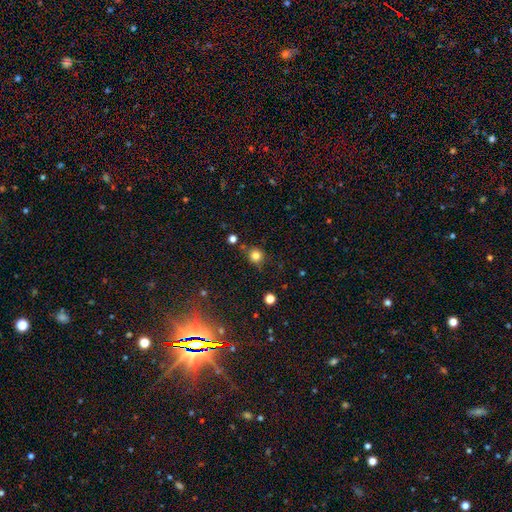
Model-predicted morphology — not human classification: smooth-or-featured: smooth: 81% | star or artifact: 13% | featured or disk: 6%
  how-rounded: round: 90% | in between: 9% | cigar-shaped: 1%
  merging: none: 77% | minor disturbance: 14% | merger: 5% | major disturbance: 4%